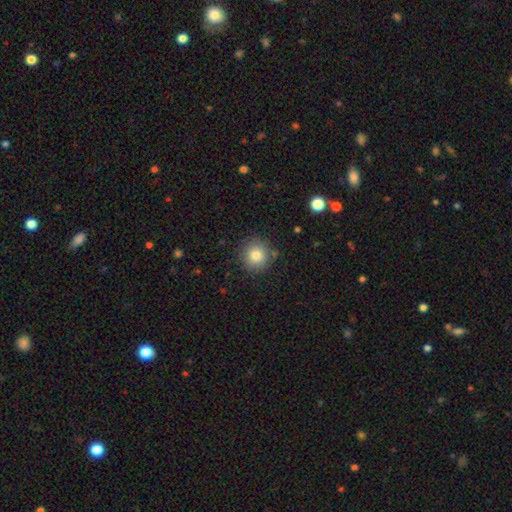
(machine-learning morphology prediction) type=smooth (80%); roundness=round (93%); merging=none (85%).